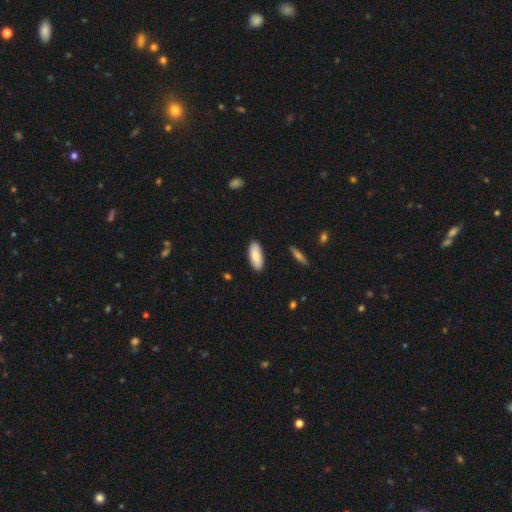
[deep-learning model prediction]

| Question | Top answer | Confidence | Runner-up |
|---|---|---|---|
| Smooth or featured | smooth | 84% | featured or disk (10%) |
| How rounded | in between | 84% | cigar-shaped (14%) |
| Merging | none | 88% | minor disturbance (9%) |